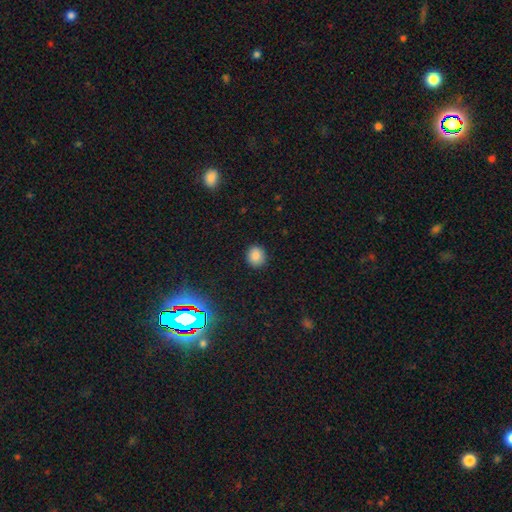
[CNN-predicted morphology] This is clearly a smooth galaxy (84%). How rounded: likely round (79%). Merging: clearly none (91%).